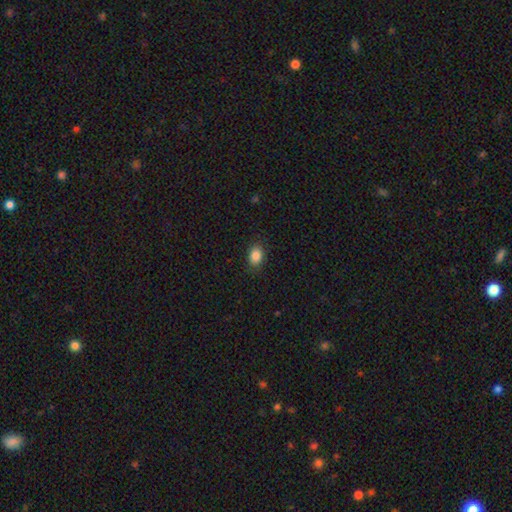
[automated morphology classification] A smooth galaxy with no disk features (86%) that is in between round and cigar-shaped (71%).

Vote fractions:
- Smooth or featured? smooth: 86% / star or artifact: 9% / featured or disk: 4%
- How rounded? in between: 71% / round: 28% / cigar-shaped: 1%
- Merging? none: 86% / minor disturbance: 10% / major disturbance: 3% / merger: 1%